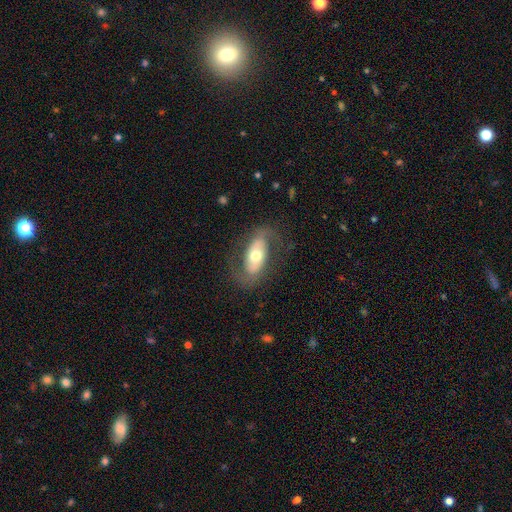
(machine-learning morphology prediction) Smooth or featured? Predicted: featured or disk (p=0.59). Edge-on disk? Predicted: no (p=0.88). Bar? Predicted: no (p=0.58). Spiral arms? Predicted: yes (p=0.64). Bulge size? Predicted: moderate (p=0.69). Merging? Predicted: none (p=0.75).